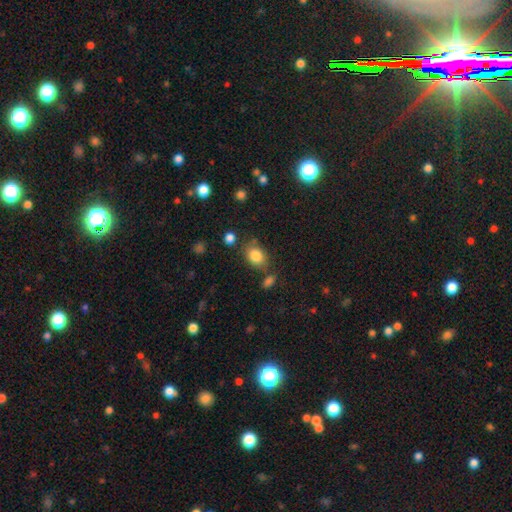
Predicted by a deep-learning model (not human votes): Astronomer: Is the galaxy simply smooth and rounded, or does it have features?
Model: smooth — 84%.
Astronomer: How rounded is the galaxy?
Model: in between — 68%.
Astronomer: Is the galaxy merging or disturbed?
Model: none — 71%.